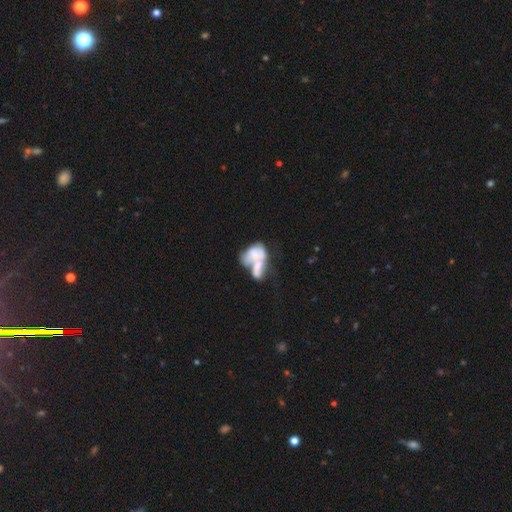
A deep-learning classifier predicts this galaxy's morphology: A featured or disk galaxy (50%).

Vote fractions:
- Smooth or featured? featured or disk: 50% / smooth: 41% / star or artifact: 9%
- Edge-on disk? no: 97% / yes: 3%
- Merging? merger: 69% / major disturbance: 14% / none: 9% / minor disturbance: 7%